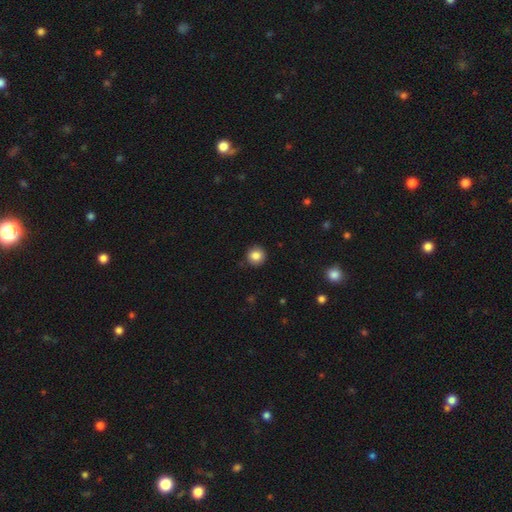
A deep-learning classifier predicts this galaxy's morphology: smooth-or-featured: smooth: 85% | star or artifact: 10% | featured or disk: 5%
  how-rounded: round: 93% | in between: 6% | cigar-shaped: 1%
  merging: none: 89% | minor disturbance: 8% | major disturbance: 2% | merger: 1%